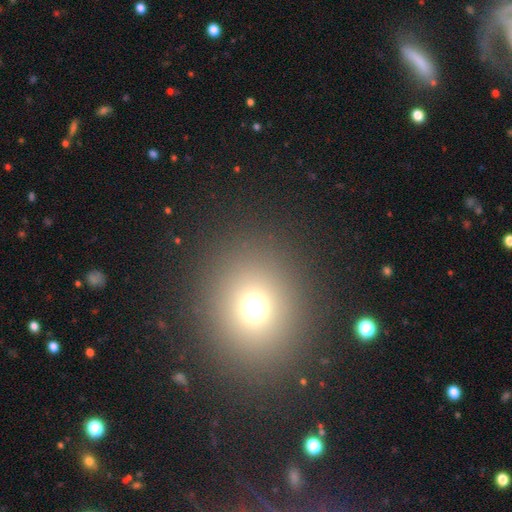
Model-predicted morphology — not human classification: This is likely a smooth galaxy (61%). How rounded: likely round (78%). Merging: clearly none (89%).